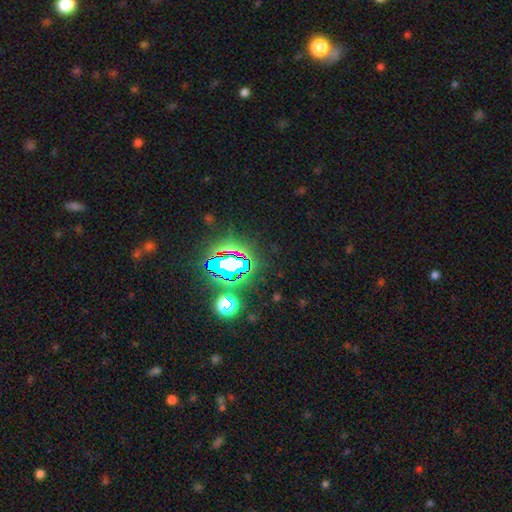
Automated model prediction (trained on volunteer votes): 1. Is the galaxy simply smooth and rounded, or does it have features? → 80% star or artifact, 12% smooth, 8% featured or disk.